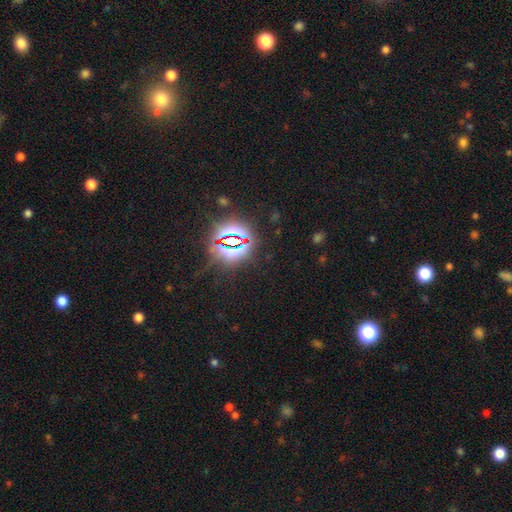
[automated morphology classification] Smooth or featured: star or artifact — 81% (smooth — 12%)